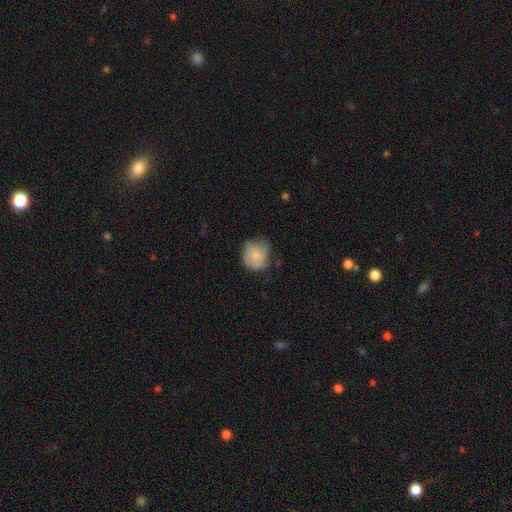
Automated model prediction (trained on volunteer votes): This is likely a smooth galaxy (69%). How rounded: likely round (77%). Merging: possibly none (55%).